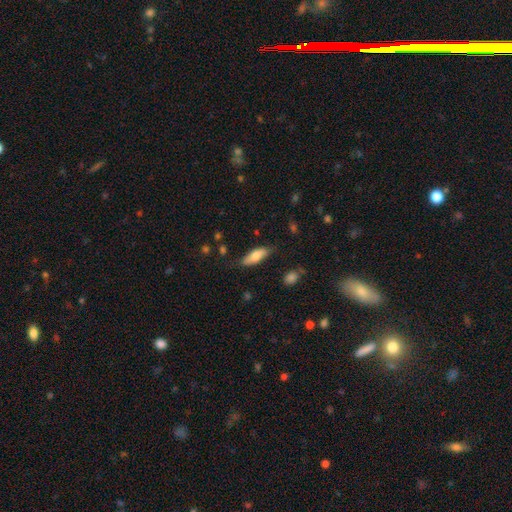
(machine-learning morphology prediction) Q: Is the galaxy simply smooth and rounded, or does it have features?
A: smooth — 71%.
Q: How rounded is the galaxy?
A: in between — 67%.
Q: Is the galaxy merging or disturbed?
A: none — 76%.